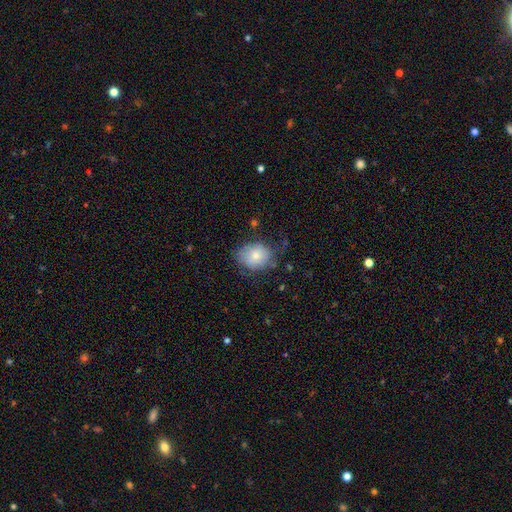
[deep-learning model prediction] smooth_or_featured: smooth (p=0.76) [alt: featured or disk p=0.16]
how_rounded: round (p=0.52) [alt: in between p=0.47]
merging: none (p=0.62) [alt: minor disturbance p=0.27]